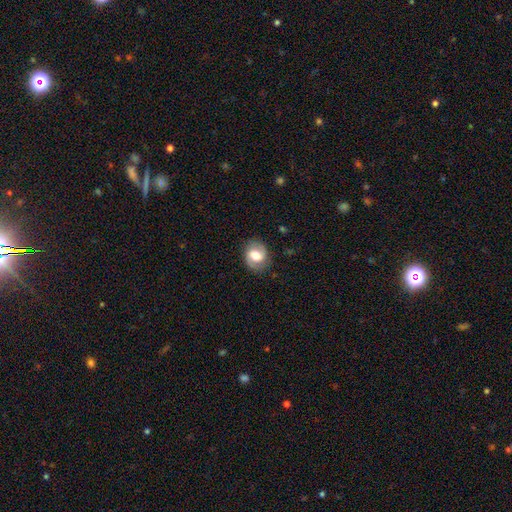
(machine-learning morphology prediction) A featured or disk galaxy (47%).

Vote fractions:
- Smooth or featured? featured or disk: 47% / smooth: 45% / star or artifact: 8%
- Merging? none: 82% / minor disturbance: 13% / major disturbance: 4% / merger: 1%